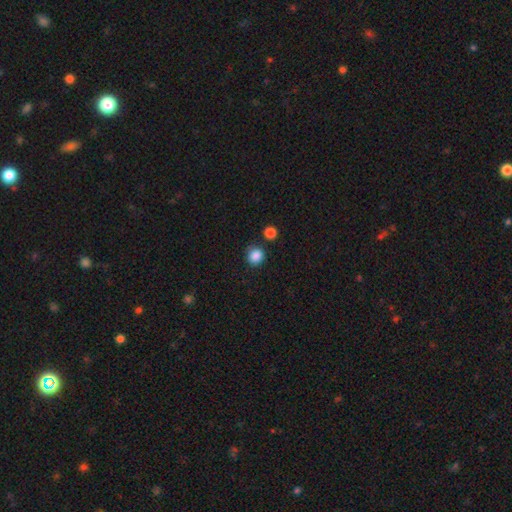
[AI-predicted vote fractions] This is clearly a smooth galaxy (86%). How rounded: clearly round (86%). Merging: clearly none (81%).